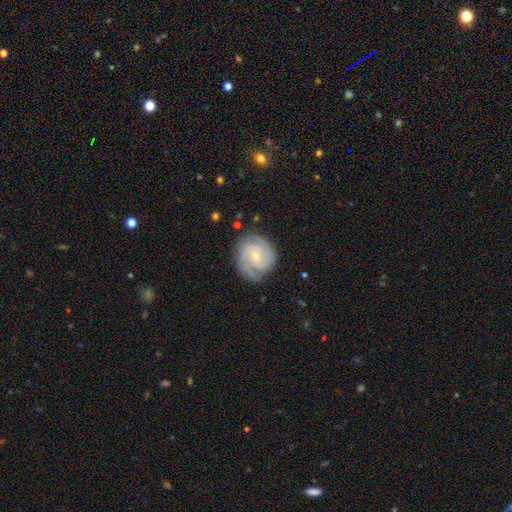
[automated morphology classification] This is clearly a featured or disk galaxy (81%). It is clearly not viewed edge-on (98%). Bar: possibly no (56%). Spiral arm pattern: clearly yes (96%). Spiral arm count: marginally 2 (36%). Spiral winding: likely tight (62%). Central bulge: likely small (70%). Merging: likely none (76%).